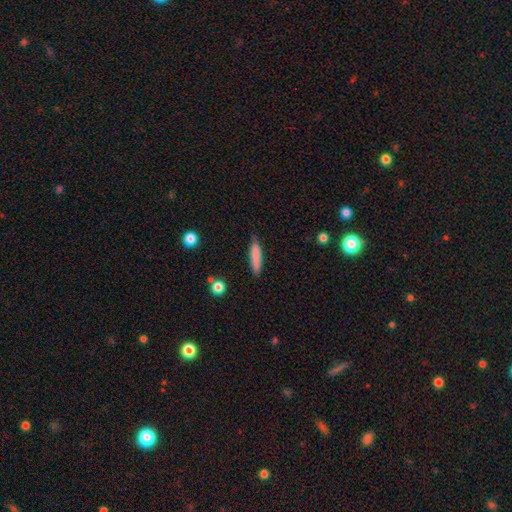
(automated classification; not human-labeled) Overall: smooth (81%). How rounded: cigar-shaped (86%). Merging: none (81%).